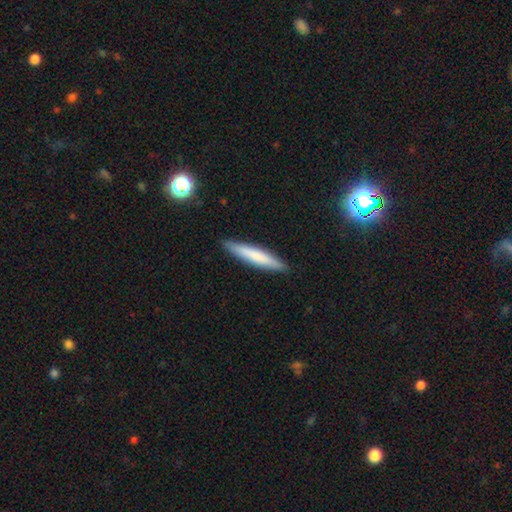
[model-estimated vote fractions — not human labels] This appears to be a smooth galaxy with no disk features (70%) that is cigar-shaped (92%). Merging: none (90%).